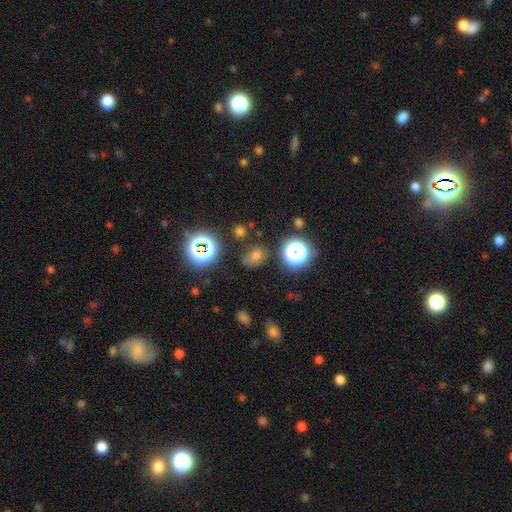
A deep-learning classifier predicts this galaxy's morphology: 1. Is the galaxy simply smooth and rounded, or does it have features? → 58% smooth, 32% star or artifact, 10% featured or disk.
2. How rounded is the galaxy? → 50% round, 48% in between, 2% cigar-shaped.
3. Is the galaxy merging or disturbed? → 76% none, 14% minor disturbance, 5% major disturbance, 5% merger.